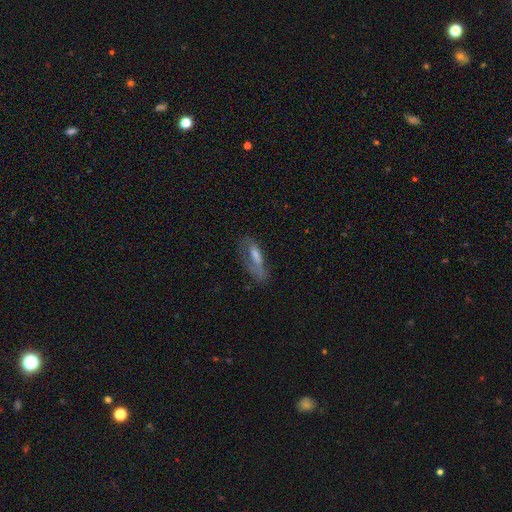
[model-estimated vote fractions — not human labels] smooth 47%, featured or disk 41%, star or artifact 12%. Down the decision tree: merging — none (51%).